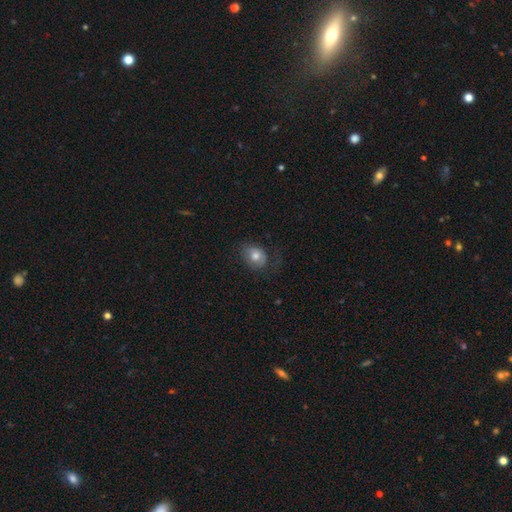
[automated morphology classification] Smooth or featured? Predicted: smooth (p=0.72). How rounded? Predicted: in between (p=0.53). Merging? Predicted: none (p=0.58).